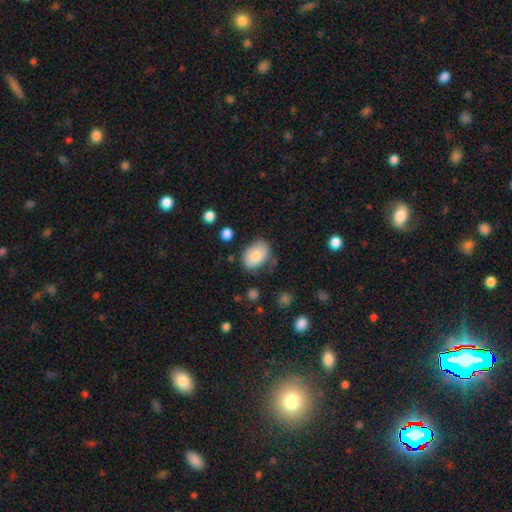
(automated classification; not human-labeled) smooth-or-featured: smooth: 78% | featured or disk: 15% | star or artifact: 7%
  how-rounded: in between: 81% | round: 18% | cigar-shaped: 1%
  merging: none: 70% | minor disturbance: 21% | major disturbance: 5% | merger: 3%